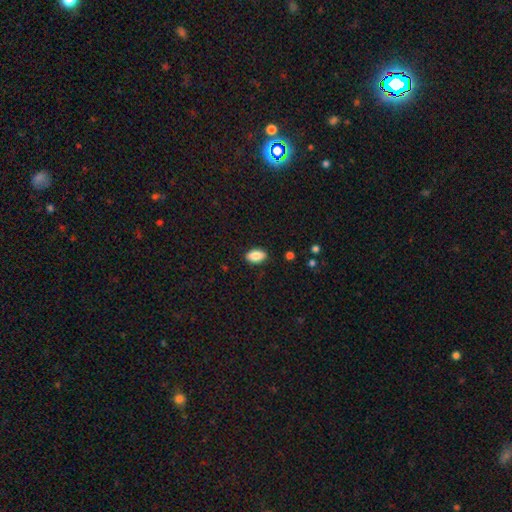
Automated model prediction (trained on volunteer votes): Smooth or featured: smooth — 85% (featured or disk — 8%)
How rounded: in between — 91% (round — 6%)
Merging: none — 87% (minor disturbance — 10%)